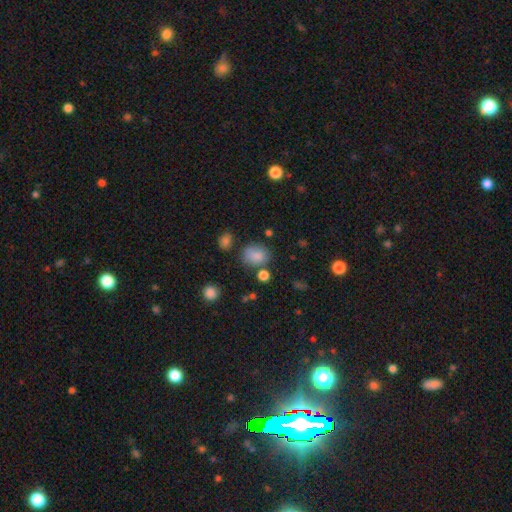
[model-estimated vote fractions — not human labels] Smooth or featured? Predicted: smooth (p=0.83). How rounded? Predicted: round (p=0.52). Merging? Predicted: none (p=0.69).